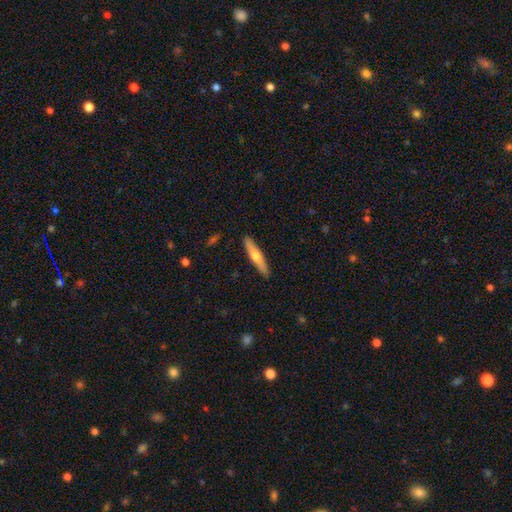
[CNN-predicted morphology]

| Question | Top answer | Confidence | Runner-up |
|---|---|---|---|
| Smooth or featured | smooth | 49% | featured or disk (45%) |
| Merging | none | 90% | minor disturbance (7%) |